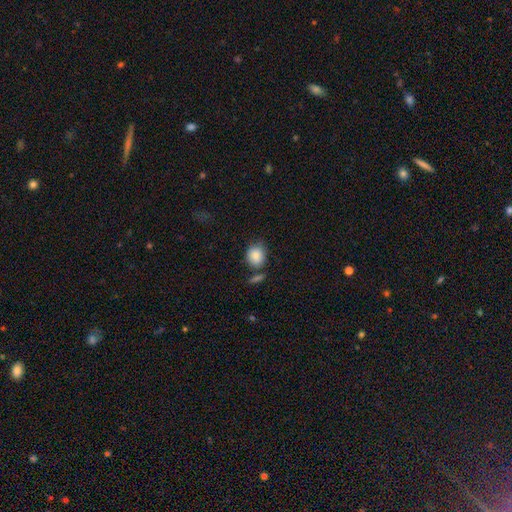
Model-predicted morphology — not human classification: Smooth or featured? smooth (87%)
How rounded? round (67%)
Merging? none (65%)